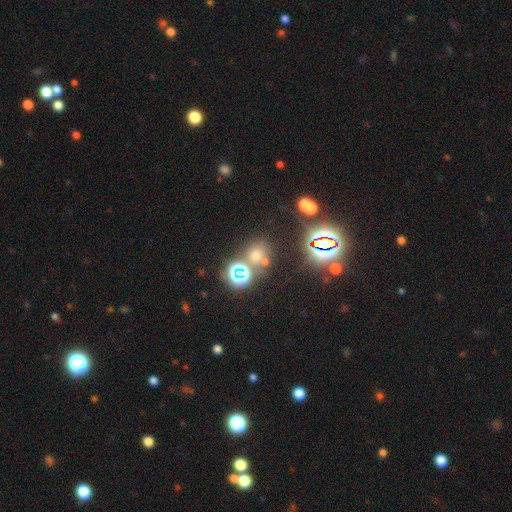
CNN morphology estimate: Q: Smooth or featured?
A: star or artifact (48%); runner-up: smooth (43%)